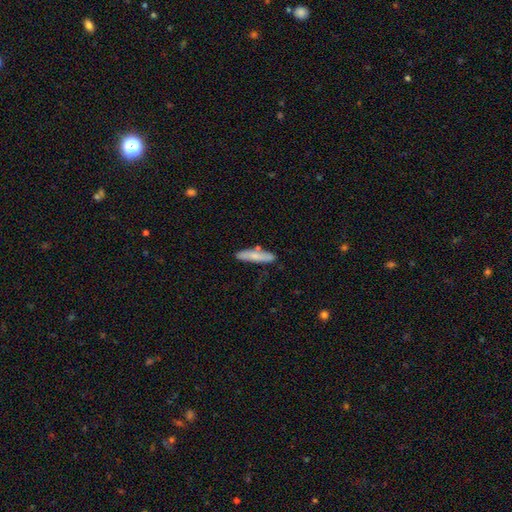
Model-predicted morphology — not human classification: Smooth or featured? Predicted: smooth (p=0.71). How rounded? Predicted: cigar-shaped (p=0.83). Merging? Predicted: none (p=0.76).